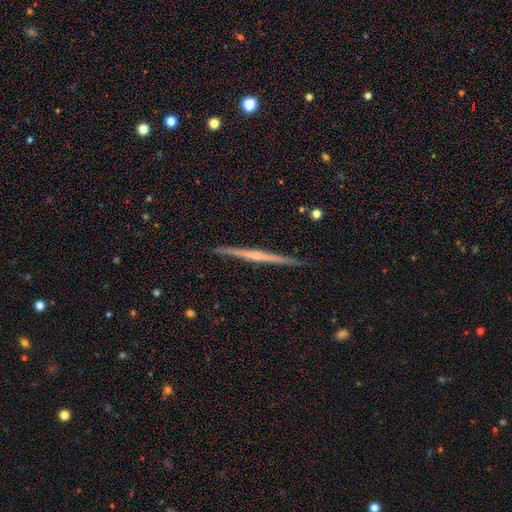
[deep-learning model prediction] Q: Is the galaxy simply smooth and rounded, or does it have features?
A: featured or disk — 73%.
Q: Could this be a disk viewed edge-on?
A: yes — 98%.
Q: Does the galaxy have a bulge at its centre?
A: none — 54%.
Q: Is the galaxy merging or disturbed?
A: none — 91%.